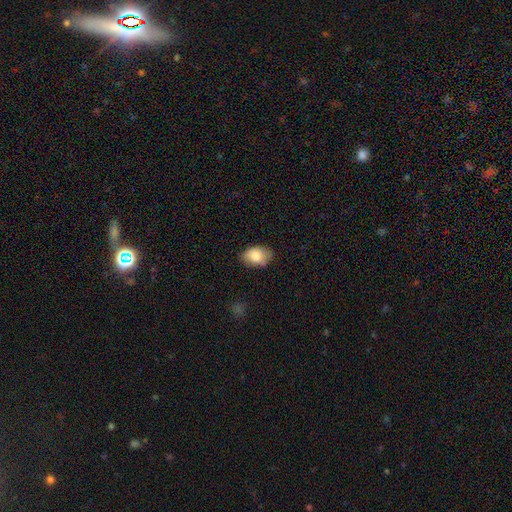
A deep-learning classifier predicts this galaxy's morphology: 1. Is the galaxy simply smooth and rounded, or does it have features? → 83% smooth, 10% featured or disk, 7% star or artifact.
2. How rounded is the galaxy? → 87% in between, 12% round, 1% cigar-shaped.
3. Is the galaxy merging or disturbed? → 73% none, 21% minor disturbance, 4% major disturbance, 2% merger.